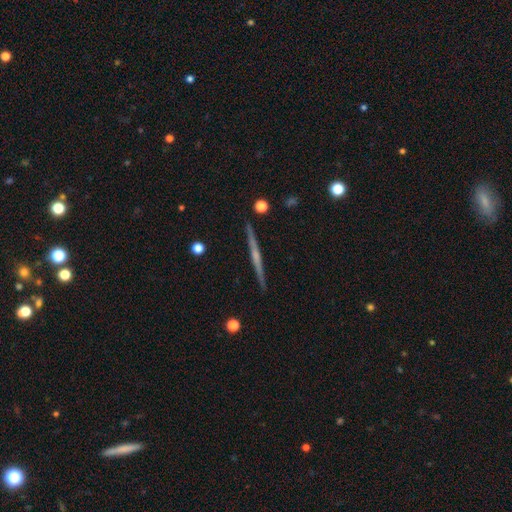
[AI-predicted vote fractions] Smooth or featured? Predicted: featured or disk (p=0.75). Edge-on disk? Predicted: yes (p=0.98). Edge-on bulge? Predicted: rounded (p=0.52). Merging? Predicted: none (p=0.92).